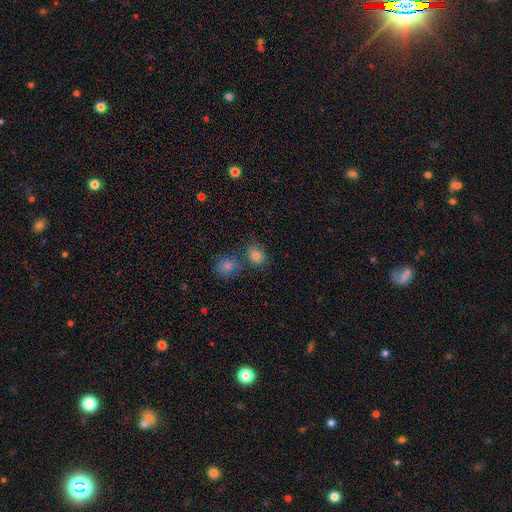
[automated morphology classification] Smooth or featured: smooth — 81% (star or artifact — 12%)
How rounded: round — 51% (in between — 48%)
Merging: none — 59% (merger — 23%)